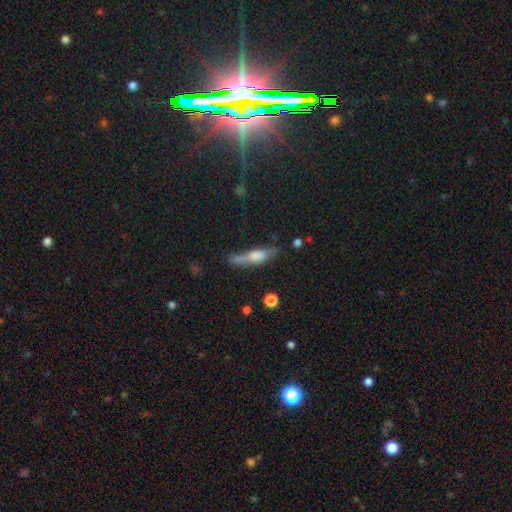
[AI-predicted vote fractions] Smooth or featured?
  - featured or disk: 45% *
  - smooth: 44%
  - star or artifact: 10%
Merging?
  - none: 60% *
  - minor disturbance: 24%
  - major disturbance: 10%
  - merger: 6%